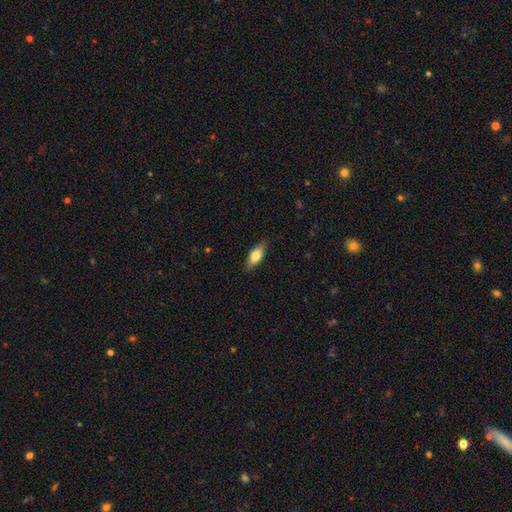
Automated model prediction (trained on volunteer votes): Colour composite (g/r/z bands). It shows a smooth galaxy with no disk features (70%) that is in between round and cigar-shaped (74%). Merging: none (85%).